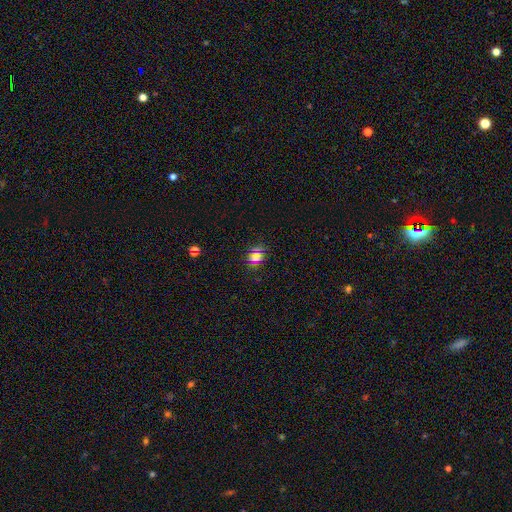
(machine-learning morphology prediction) Q: Smooth or featured?
A: star or artifact (49%); runner-up: smooth (41%)